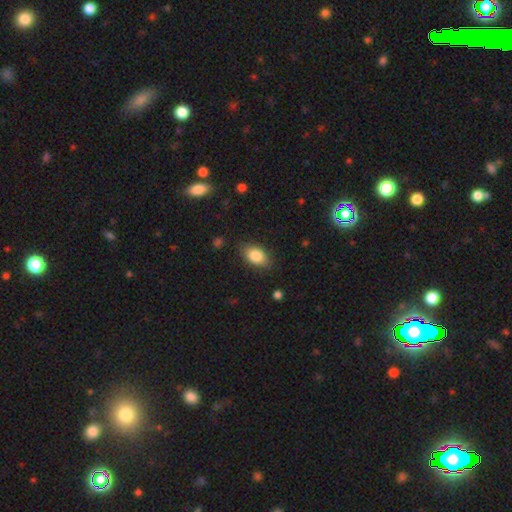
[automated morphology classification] This is clearly a smooth galaxy (84%). How rounded: clearly in between (89%). Merging: clearly none (83%).